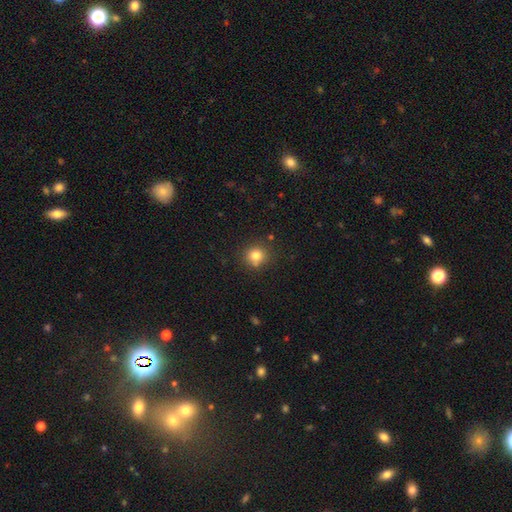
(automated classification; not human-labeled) A smooth galaxy with no disk features (80%) that is round (86%).

Vote fractions:
- Smooth or featured? smooth: 80% / star or artifact: 12% / featured or disk: 8%
- How rounded? round: 86% / in between: 13% / cigar-shaped: 1%
- Merging? none: 77% / minor disturbance: 11% / merger: 8% / major disturbance: 3%